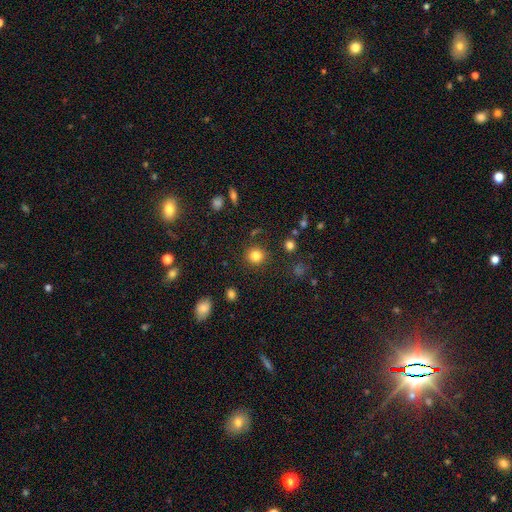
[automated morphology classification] The model was most divided on "smooth or featured": smooth: 83%, star or artifact: 12%, featured or disk: 5%. More confident: how rounded — round (90%); merging — none (88%).